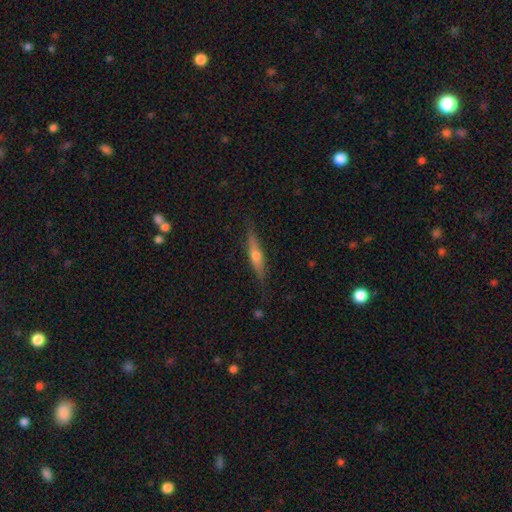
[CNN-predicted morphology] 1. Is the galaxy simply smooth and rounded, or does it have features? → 67% featured or disk, 26% smooth, 7% star or artifact.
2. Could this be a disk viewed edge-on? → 96% yes, 4% no.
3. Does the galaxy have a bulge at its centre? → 88% rounded, 7% none, 5% boxy.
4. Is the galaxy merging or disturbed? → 86% none, 11% minor disturbance, 2% major disturbance, 1% merger.